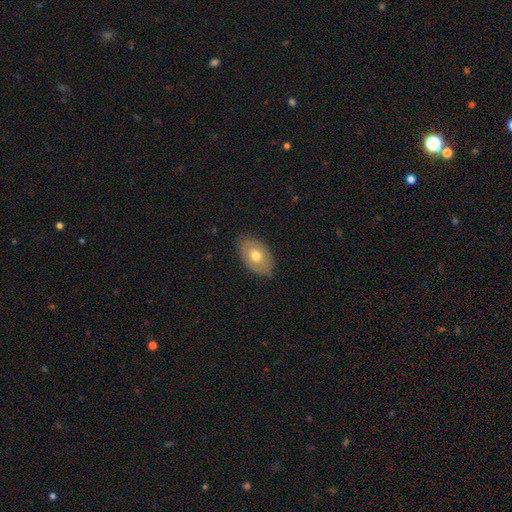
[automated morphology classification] Smooth or featured? Predicted: smooth (p=0.64). How rounded? Predicted: in between (p=0.88). Merging? Predicted: none (p=0.82).